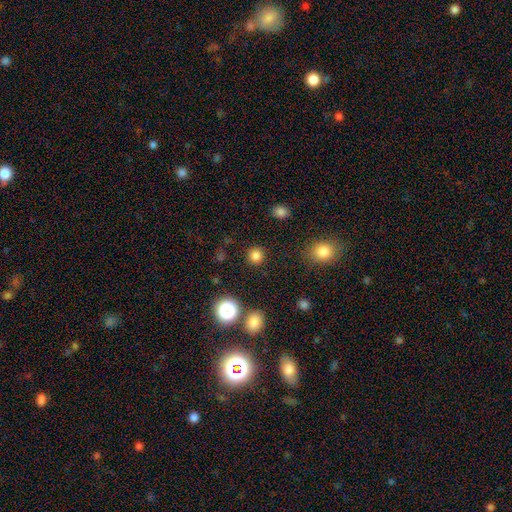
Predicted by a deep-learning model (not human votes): This appears to be a smooth galaxy with no disk features (81%) that is round (93%). Merging: none (90%).